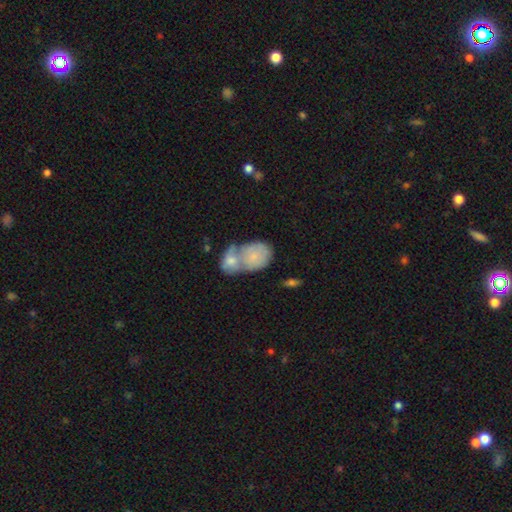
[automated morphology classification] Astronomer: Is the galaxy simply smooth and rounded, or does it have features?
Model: smooth — 67%.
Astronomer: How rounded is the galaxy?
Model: in between — 70%.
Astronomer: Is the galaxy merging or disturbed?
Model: merger — 67%.